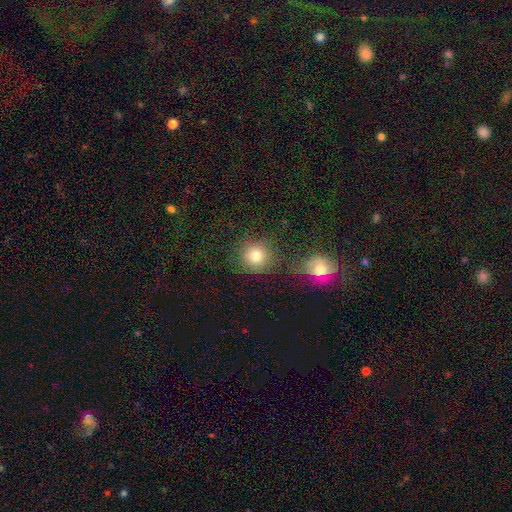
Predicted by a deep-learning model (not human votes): This is likely a smooth galaxy (77%). How rounded: clearly round (92%). Merging: likely none (76%).